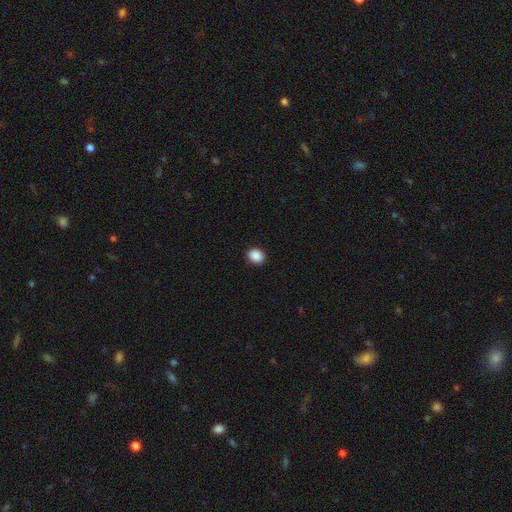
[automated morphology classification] This appears to be a smooth galaxy with no disk features (89%) that is round (51%). Merging: none (91%).